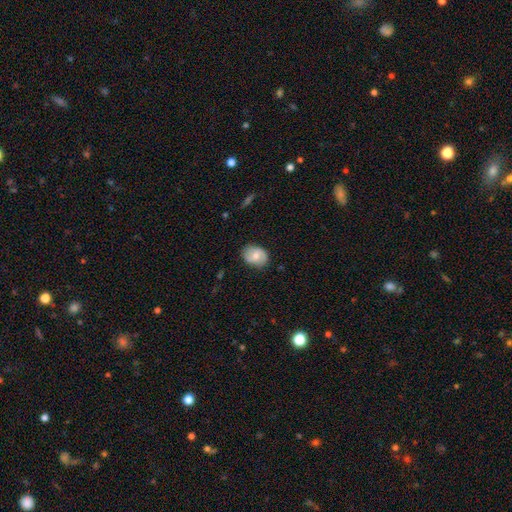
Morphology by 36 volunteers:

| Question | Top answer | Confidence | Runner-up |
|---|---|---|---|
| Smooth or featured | smooth | 75% | featured or disk (22%) |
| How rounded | in between | 70% | round (26%) |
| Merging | none | 74% | minor disturbance (17%) |